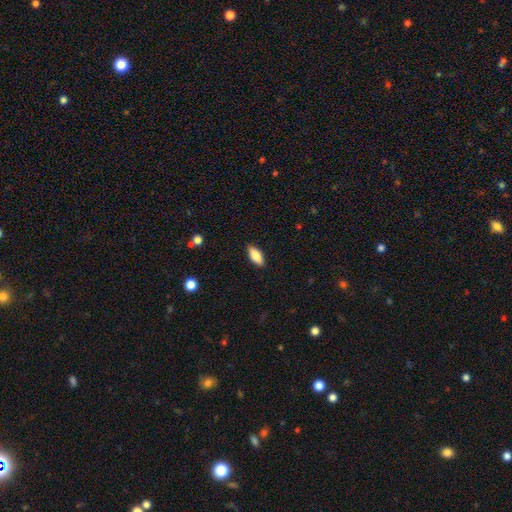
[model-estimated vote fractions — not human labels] A smooth galaxy with no disk features (82%) that is in between round and cigar-shaped (82%).

Vote fractions:
- Smooth or featured? smooth: 82% / featured or disk: 12% / star or artifact: 6%
- How rounded? in between: 82% / cigar-shaped: 16% / round: 2%
- Merging? none: 89% / minor disturbance: 9% / major disturbance: 2% / merger: 1%